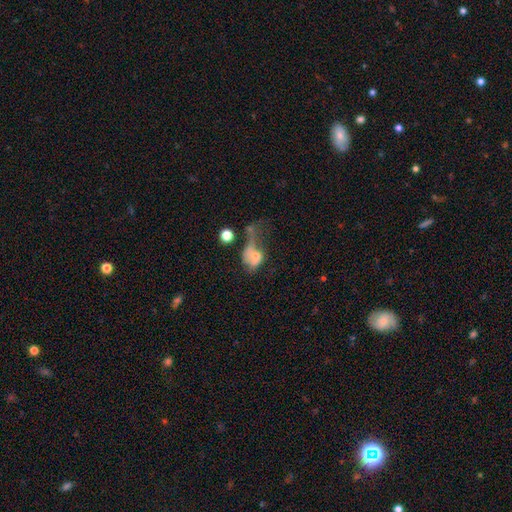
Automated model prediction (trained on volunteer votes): Q: Smooth or featured?
A: smooth (55%); runner-up: featured or disk (33%)
Q: How rounded?
A: in between (59%); runner-up: round (39%)
Q: Merging?
A: major disturbance (52%); runner-up: merger (22%)